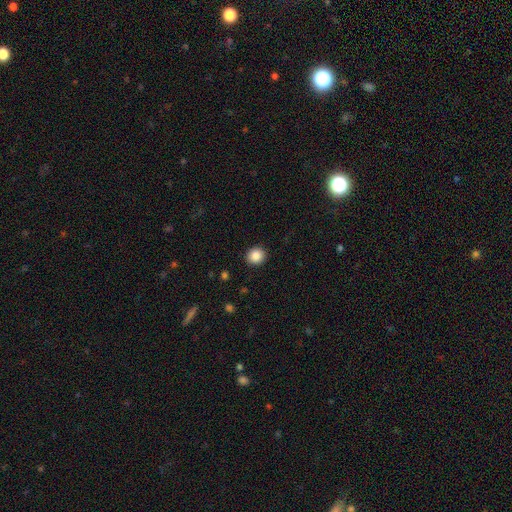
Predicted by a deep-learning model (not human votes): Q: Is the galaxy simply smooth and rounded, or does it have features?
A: smooth — 86%.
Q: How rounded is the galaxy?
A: round — 85%.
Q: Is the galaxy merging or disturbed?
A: none — 92%.